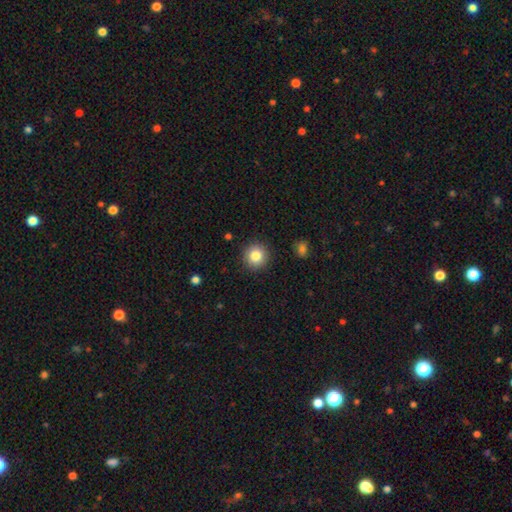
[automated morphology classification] smooth_or_featured: smooth (p=0.83) [alt: star or artifact p=0.10]
how_rounded: round (p=0.94) [alt: in between p=0.06]
merging: none (p=0.90) [alt: minor disturbance p=0.06]